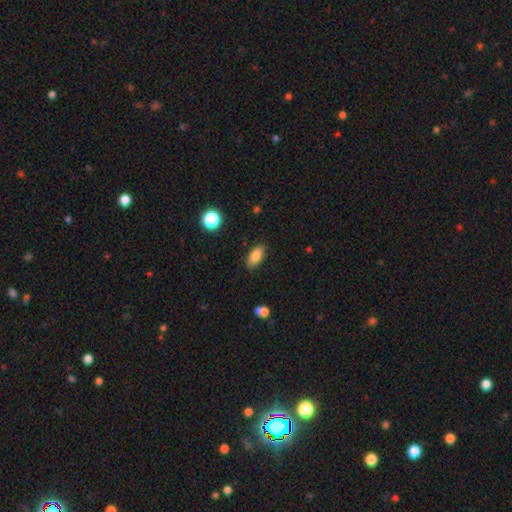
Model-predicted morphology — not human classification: Overall: smooth (83%). How rounded: in between (88%). Merging: none (87%).